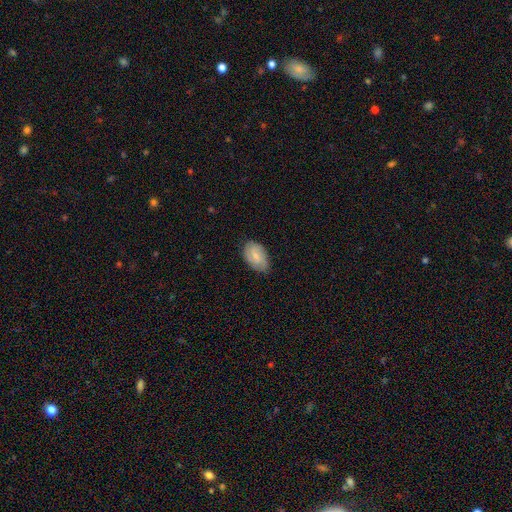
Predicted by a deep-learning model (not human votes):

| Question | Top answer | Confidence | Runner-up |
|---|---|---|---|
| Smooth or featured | featured or disk | 54% | smooth (40%) |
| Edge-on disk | no | 96% | yes (4%) |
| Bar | weak | 53% | no (37%) |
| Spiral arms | yes | 87% | no (13%) |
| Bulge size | small | 63% | moderate (30%) |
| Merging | none | 78% | minor disturbance (18%) |